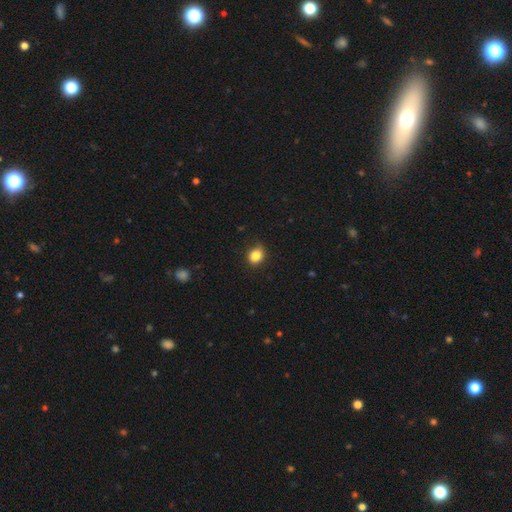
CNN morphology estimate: Q: Smooth or featured?
A: smooth (85%); runner-up: star or artifact (10%)
Q: How rounded?
A: round (63%); runner-up: in between (36%)
Q: Merging?
A: none (81%); runner-up: minor disturbance (15%)